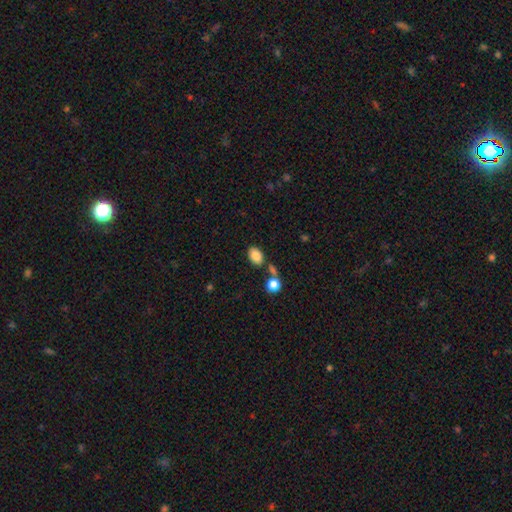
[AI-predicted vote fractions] This appears to be a smooth galaxy with no disk features (85%) that is in between round and cigar-shaped (84%). Merging: none (72%).